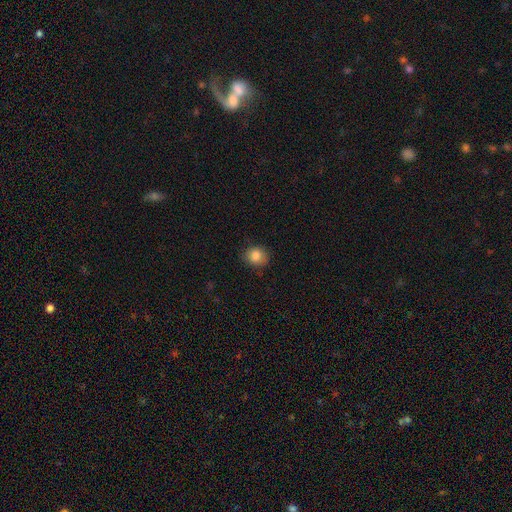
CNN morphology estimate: Smooth or featured? Predicted: smooth (p=0.84). How rounded? Predicted: round (p=0.74). Merging? Predicted: none (p=0.83).